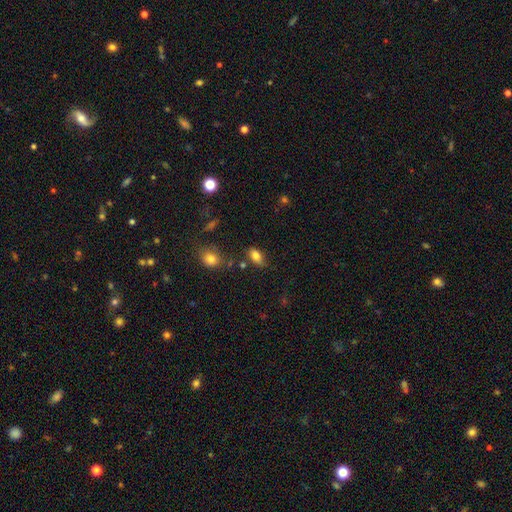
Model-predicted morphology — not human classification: A smooth galaxy with no disk features (81%) that is in between round and cigar-shaped (88%).

Vote fractions:
- Smooth or featured? smooth: 81% / featured or disk: 10% / star or artifact: 10%
- How rounded? in between: 88% / round: 7% / cigar-shaped: 5%
- Merging? none: 71% / minor disturbance: 19% / merger: 5% / major disturbance: 4%